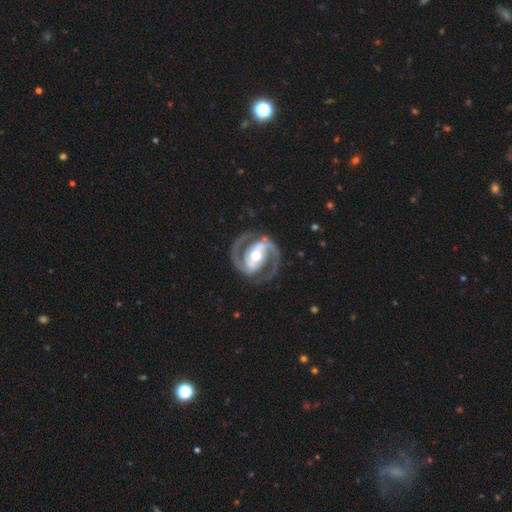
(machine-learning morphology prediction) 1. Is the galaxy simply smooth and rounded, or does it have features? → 92% featured or disk, 4% smooth, 3% star or artifact.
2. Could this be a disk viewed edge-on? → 98% no, 2% yes.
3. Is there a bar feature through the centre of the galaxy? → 50% strong, 30% weak, 20% no.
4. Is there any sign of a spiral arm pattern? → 97% yes, 3% no.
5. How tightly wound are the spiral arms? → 57% medium, 32% tight, 11% loose.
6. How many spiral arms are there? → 94% 2, 2% can't tell, 1% 1, 1% 3, 1% 4, 1% more than 4.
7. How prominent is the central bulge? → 73% moderate, 14% small, 10% large, 1% dominant, 1% none.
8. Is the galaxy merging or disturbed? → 83% none, 10% minor disturbance, 5% major disturbance, 1% merger.